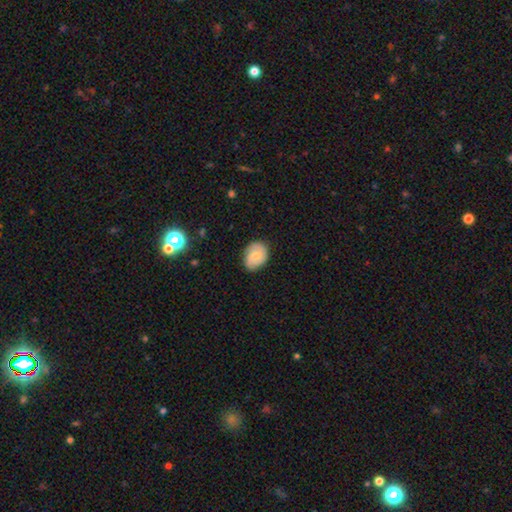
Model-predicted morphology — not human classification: A smooth galaxy with no disk features (60%) that is in between round and cigar-shaped (59%).

Vote fractions:
- Smooth or featured? smooth: 60% / featured or disk: 33% / star or artifact: 7%
- How rounded? in between: 59% / round: 40% / cigar-shaped: 1%
- Merging? none: 77% / minor disturbance: 18% / major disturbance: 3% / merger: 1%